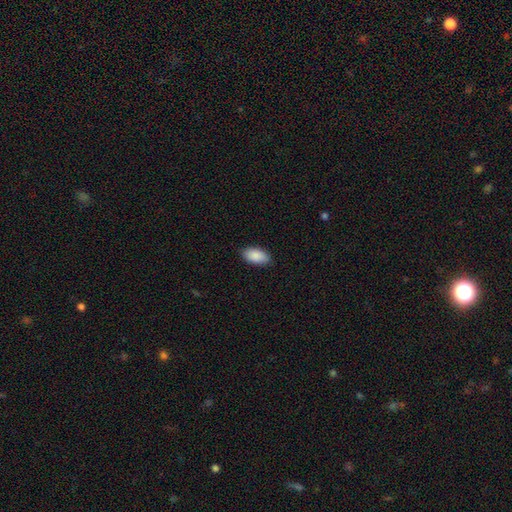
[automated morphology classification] A smooth galaxy with no disk features (89%) that is in between round and cigar-shaped (94%).

Vote fractions:
- Smooth or featured? smooth: 89% / star or artifact: 6% / featured or disk: 5%
- How rounded? in between: 94% / cigar-shaped: 3% / round: 2%
- Merging? none: 88% / minor disturbance: 9% / major disturbance: 2% / merger: 1%